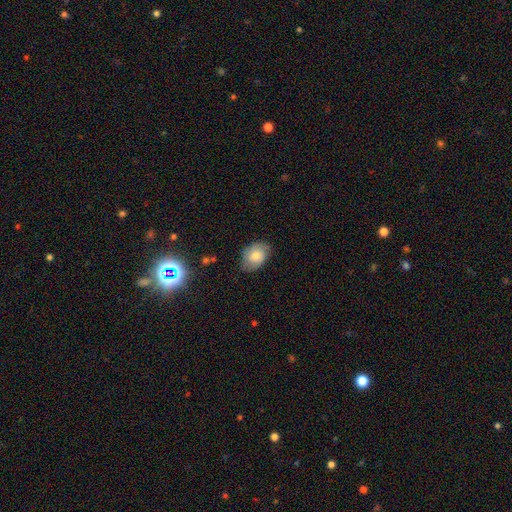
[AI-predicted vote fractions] The model was most divided on "smooth or featured": smooth: 68%, featured or disk: 24%, star or artifact: 8%. More confident: how rounded — in between (76%); merging — none (71%).